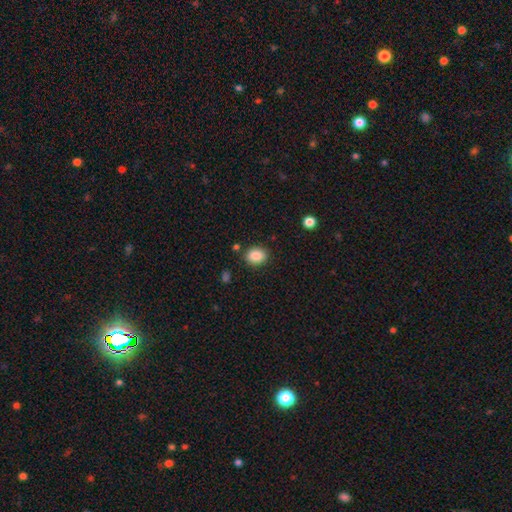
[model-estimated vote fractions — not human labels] This appears to be a smooth galaxy with no disk features (87%) that is round (51%). Merging: none (85%).